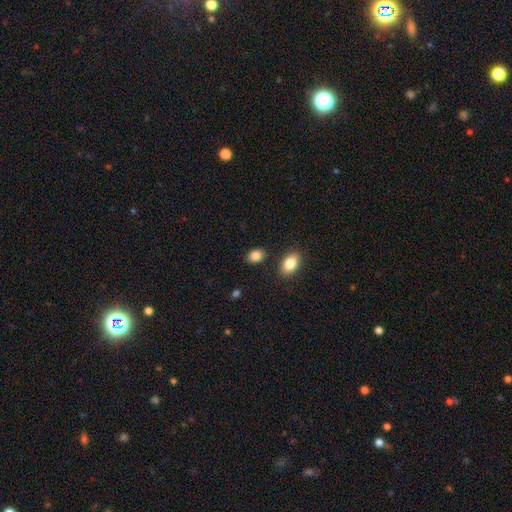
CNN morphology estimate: Smooth or featured: smooth — 85% (star or artifact — 8%)
How rounded: in between — 72% (round — 27%)
Merging: none — 84% (minor disturbance — 9%)